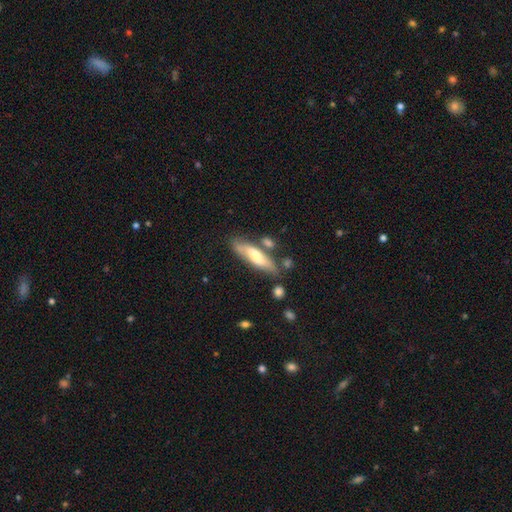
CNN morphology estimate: The model was most divided on "smooth or featured": smooth: 54%, featured or disk: 40%, star or artifact: 6%. More confident: merging — none (64%); how rounded — cigar-shaped (63%).